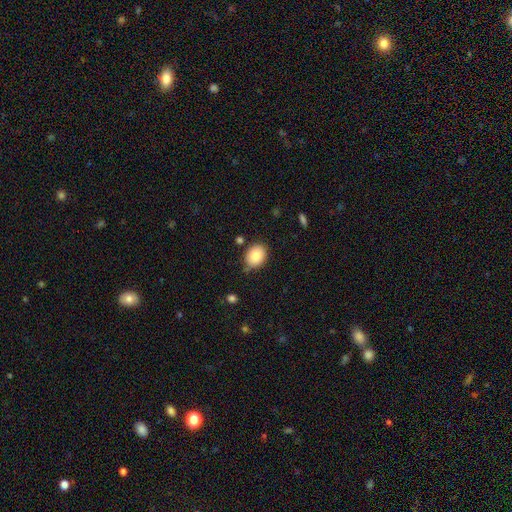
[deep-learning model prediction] The model was most divided on "how rounded": in between: 56%, round: 43%, cigar-shaped: 1%. More confident: smooth or featured — smooth (84%); merging — none (78%).